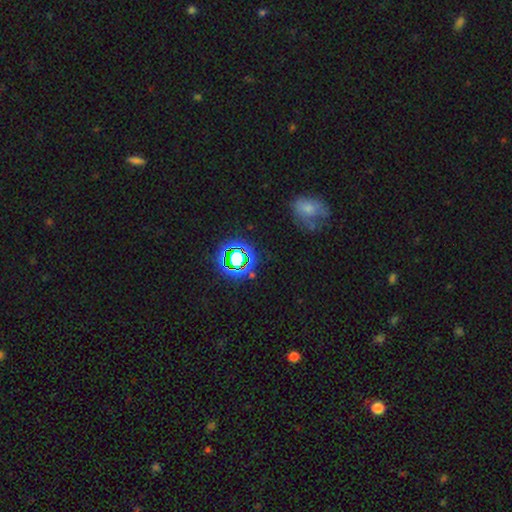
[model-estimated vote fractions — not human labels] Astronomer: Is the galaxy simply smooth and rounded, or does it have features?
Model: star or artifact — 65%.